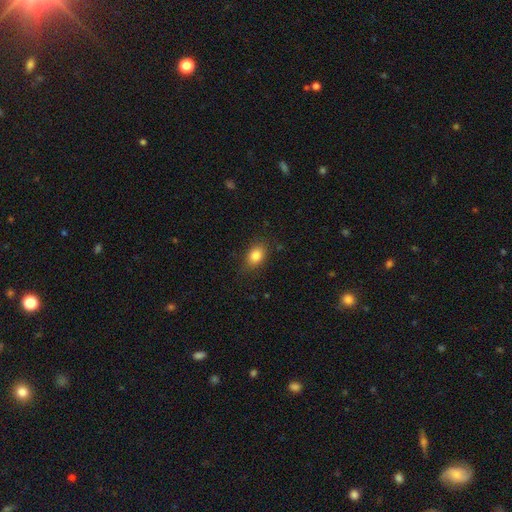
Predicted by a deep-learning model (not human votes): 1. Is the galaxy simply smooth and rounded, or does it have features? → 84% smooth, 9% star or artifact, 7% featured or disk.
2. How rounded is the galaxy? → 76% in between, 22% round, 2% cigar-shaped.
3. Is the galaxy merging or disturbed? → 80% none, 15% minor disturbance, 4% major disturbance, 1% merger.